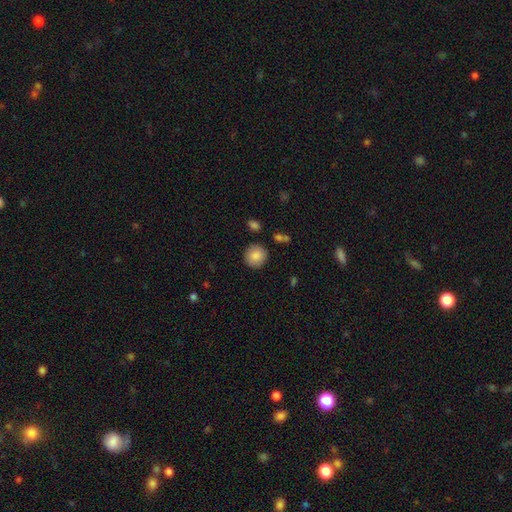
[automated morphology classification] Smooth or featured? smooth (86%)
How rounded? round (92%)
Merging? none (88%)